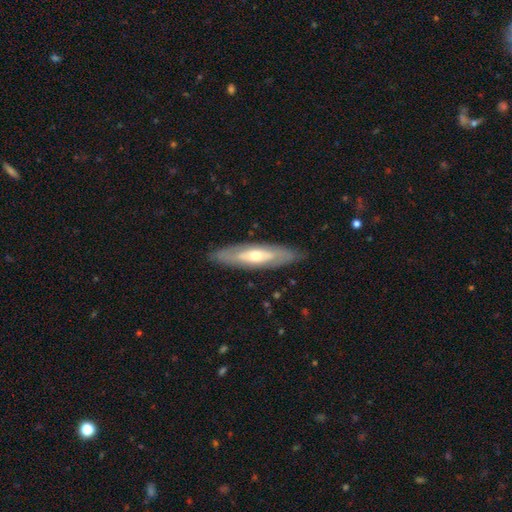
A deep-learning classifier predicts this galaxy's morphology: Q: Smooth or featured?
A: featured or disk (59%); runner-up: smooth (35%)
Q: Edge-on disk?
A: no (56%); runner-up: yes (44%)
Q: Merging?
A: none (85%); runner-up: minor disturbance (11%)